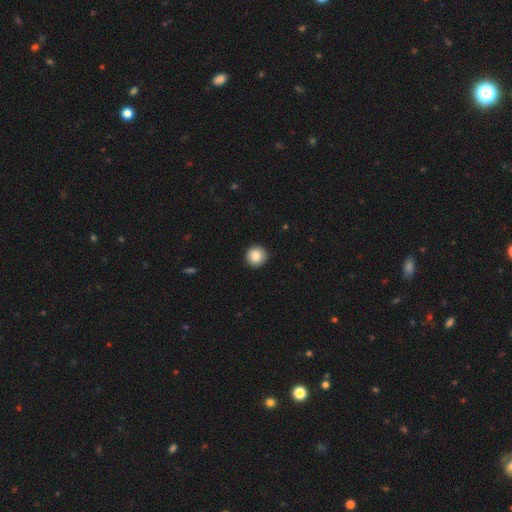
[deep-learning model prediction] Smooth or featured? smooth (84%)
How rounded? round (96%)
Merging? none (93%)